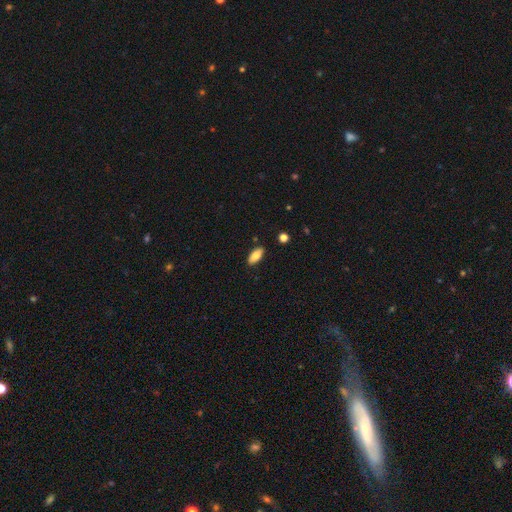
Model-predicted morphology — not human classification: A smooth galaxy with no disk features (81%) that is in between round and cigar-shaped (86%).

Vote fractions:
- Smooth or featured? smooth: 81% / featured or disk: 13% / star or artifact: 7%
- How rounded? in between: 86% / cigar-shaped: 11% / round: 2%
- Merging? none: 87% / minor disturbance: 9% / major disturbance: 2% / merger: 2%